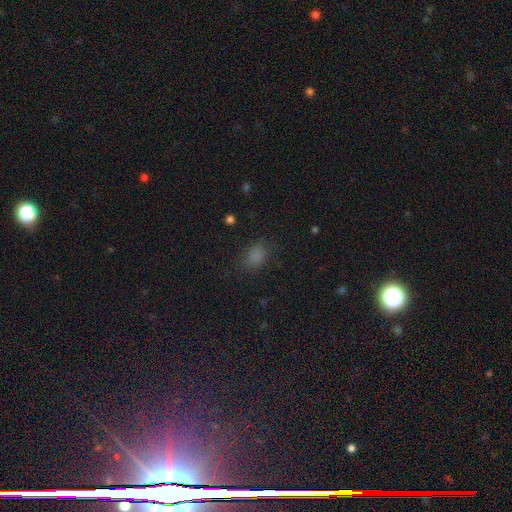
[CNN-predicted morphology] smooth-or-featured: smooth: 80% | star or artifact: 15% | featured or disk: 5%
  how-rounded: in between: 76% | round: 22% | cigar-shaped: 2%
  merging: none: 76% | minor disturbance: 16% | major disturbance: 7% | merger: 1%